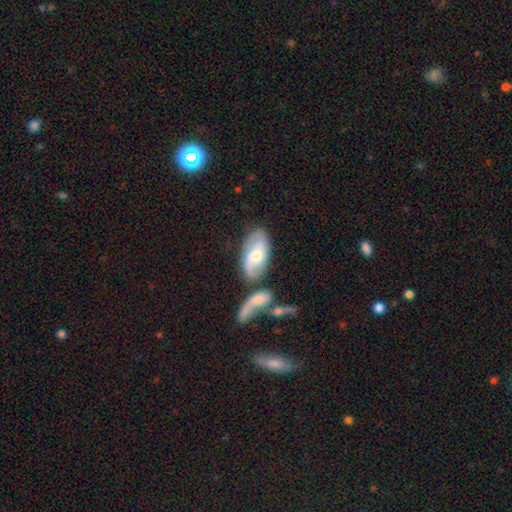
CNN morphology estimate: This appears to be a featured or disk galaxy (50%). Merging: none (62%).